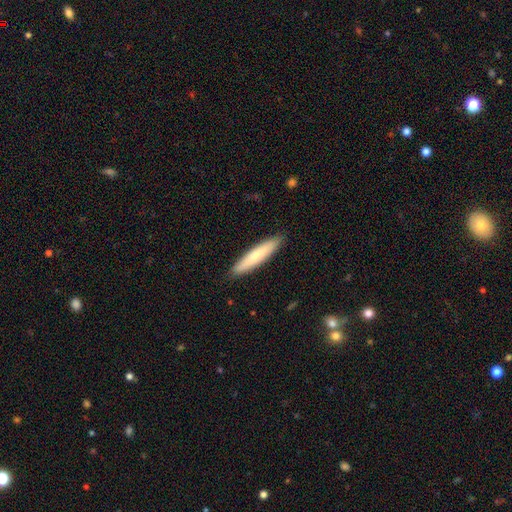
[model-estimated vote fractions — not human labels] A smooth galaxy with no disk features (67%) that is cigar-shaped (88%).

Vote fractions:
- Smooth or featured? smooth: 67% / featured or disk: 28% / star or artifact: 5%
- How rounded? cigar-shaped: 88% / in between: 10% / round: 1%
- Merging? none: 90% / minor disturbance: 7% / major disturbance: 1% / merger: 1%